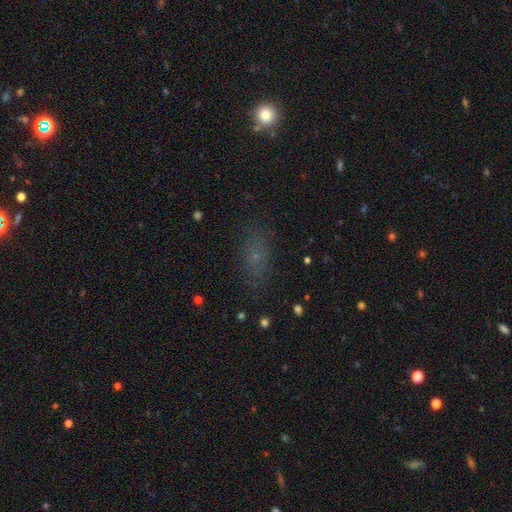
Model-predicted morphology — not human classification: Smooth or featured?
  - smooth: 58% *
  - star or artifact: 26%
  - featured or disk: 16%
How rounded?
  - in between: 75% *
  - round: 13%
  - cigar-shaped: 12%
Merging?
  - none: 78% *
  - minor disturbance: 15%
  - major disturbance: 6%
  - merger: 2%